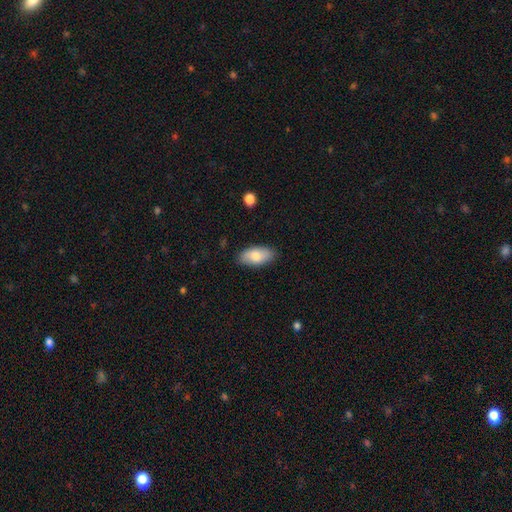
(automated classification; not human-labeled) smooth_or_featured: smooth (p=0.77) [alt: featured or disk p=0.17]
how_rounded: in between (p=0.93) [alt: cigar-shaped p=0.04]
merging: none (p=0.84) [alt: minor disturbance p=0.13]